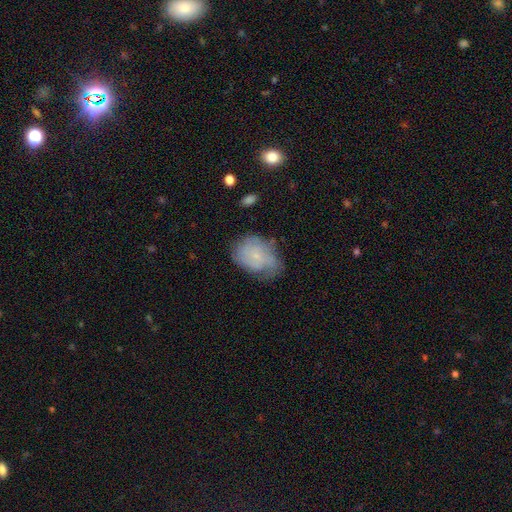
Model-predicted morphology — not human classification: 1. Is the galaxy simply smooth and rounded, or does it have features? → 50% smooth, 41% featured or disk, 9% star or artifact.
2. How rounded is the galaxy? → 70% in between, 29% round, 1% cigar-shaped.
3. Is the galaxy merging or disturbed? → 46% none, 35% minor disturbance, 16% major disturbance, 2% merger.